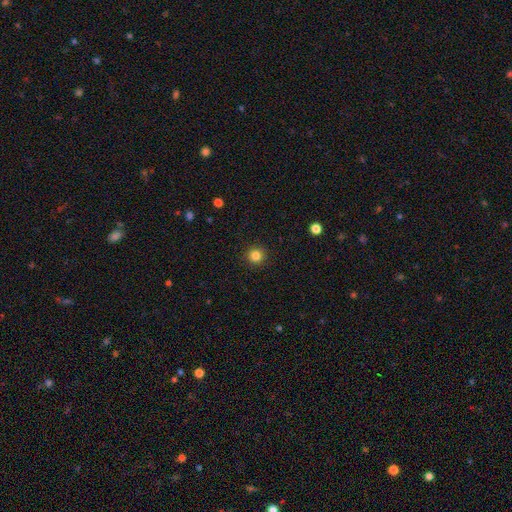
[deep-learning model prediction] A smooth galaxy with no disk features (84%) that is round (95%). Merging: none (92%).